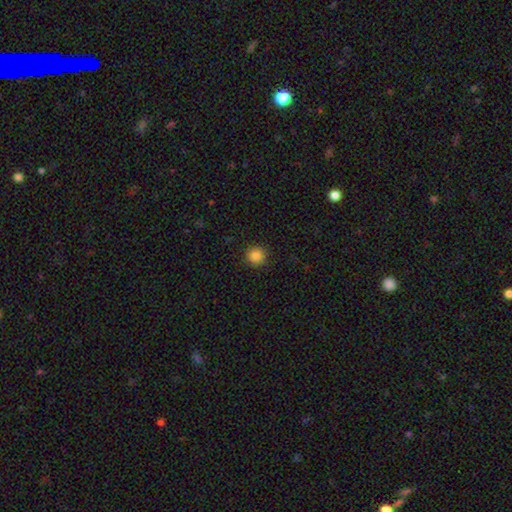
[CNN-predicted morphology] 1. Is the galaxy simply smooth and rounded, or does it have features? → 85% smooth, 11% star or artifact, 4% featured or disk.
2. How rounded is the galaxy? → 94% round, 5% in between, 1% cigar-shaped.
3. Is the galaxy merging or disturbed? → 92% none, 5% minor disturbance, 2% major disturbance, 1% merger.